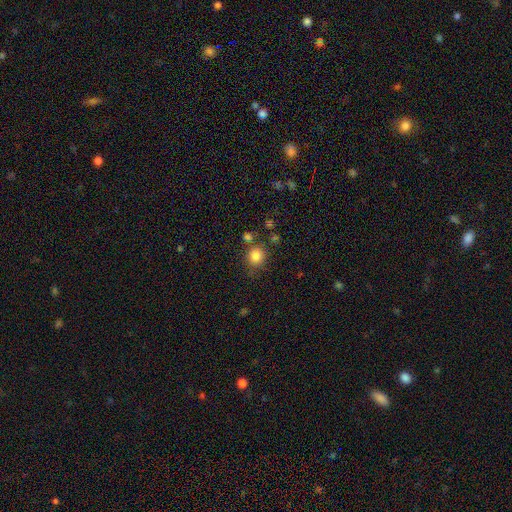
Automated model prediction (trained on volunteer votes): A smooth galaxy with no disk features (84%) that is round (87%).

Vote fractions:
- Smooth or featured? smooth: 84% / star or artifact: 11% / featured or disk: 5%
- How rounded? round: 87% / in between: 12% / cigar-shaped: 1%
- Merging? none: 78% / minor disturbance: 11% / merger: 8% / major disturbance: 4%